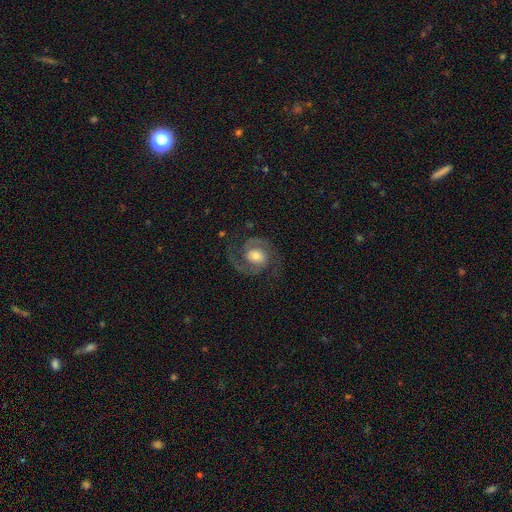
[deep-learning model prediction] featured or disk 89%, smooth 6%, star or artifact 5%. Down the decision tree: edge-on disk — no (98%); bar — no (52%); spiral arms — yes (97%); spiral arm count — 2 (93%); spiral winding — medium (58%); bulge size — moderate (63%); merging — none (78%).